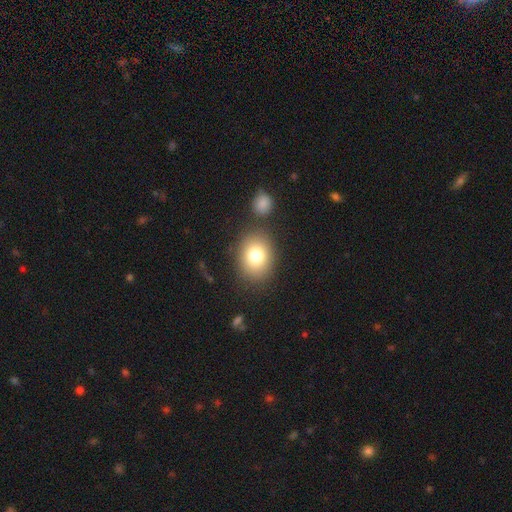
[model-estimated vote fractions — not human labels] Smooth or featured: smooth — 78% (featured or disk — 11%)
How rounded: round — 54% (in between — 45%)
Merging: none — 80% (minor disturbance — 9%)